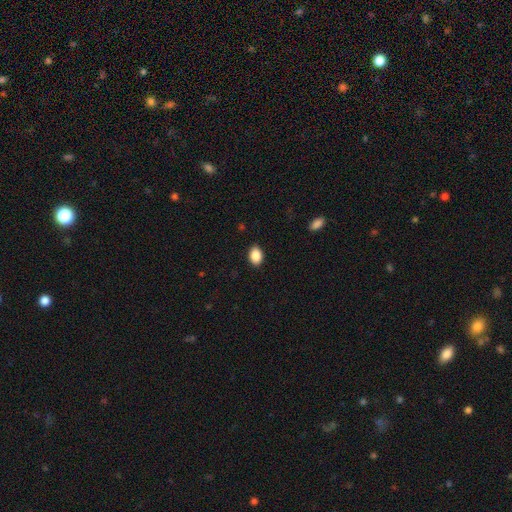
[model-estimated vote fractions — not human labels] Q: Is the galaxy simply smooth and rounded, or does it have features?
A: smooth — 89%.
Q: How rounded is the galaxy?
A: in between — 85%.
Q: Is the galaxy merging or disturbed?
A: none — 89%.